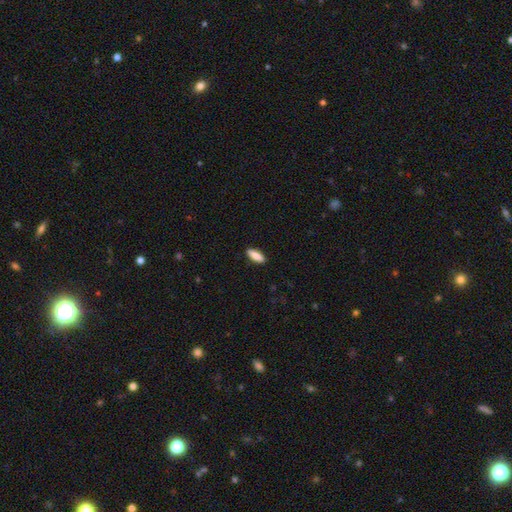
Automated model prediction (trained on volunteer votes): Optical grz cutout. It shows a smooth galaxy with no disk features (84%) that is in between round and cigar-shaped (61%). Merging: none (89%).